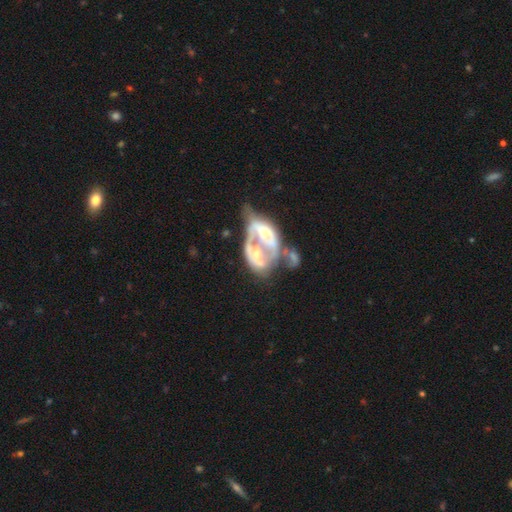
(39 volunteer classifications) Morphology: type=featured or disk (69%); edge-on=no (100%); bar=no (78%); spiral arms=no (74%); bulge=none (52%); merging=merger (44%).